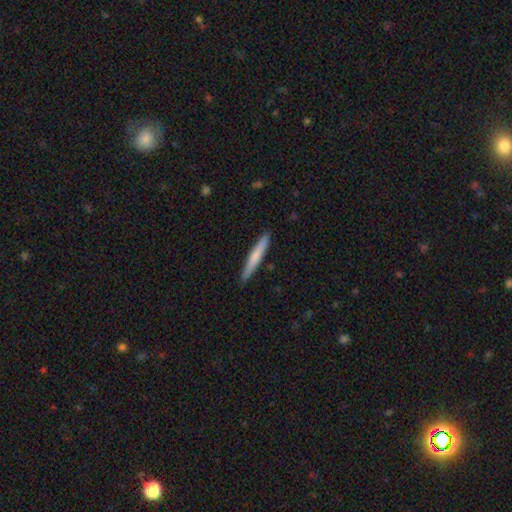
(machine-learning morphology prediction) This is likely a smooth galaxy (67%). How rounded: clearly cigar-shaped (96%). Merging: clearly none (90%).